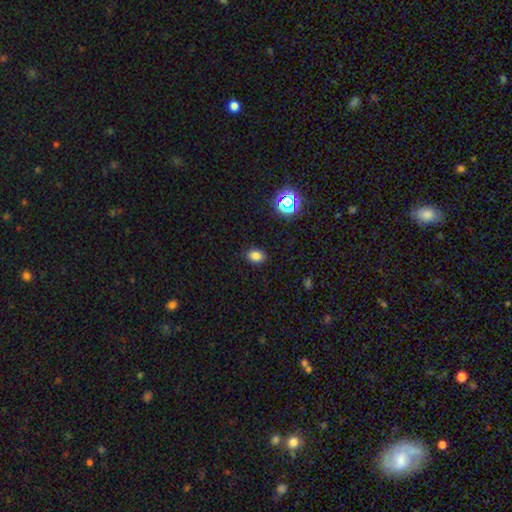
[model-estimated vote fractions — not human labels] This appears to be a smooth galaxy with no disk features (80%) that is in between round and cigar-shaped (74%). Merging: none (87%).